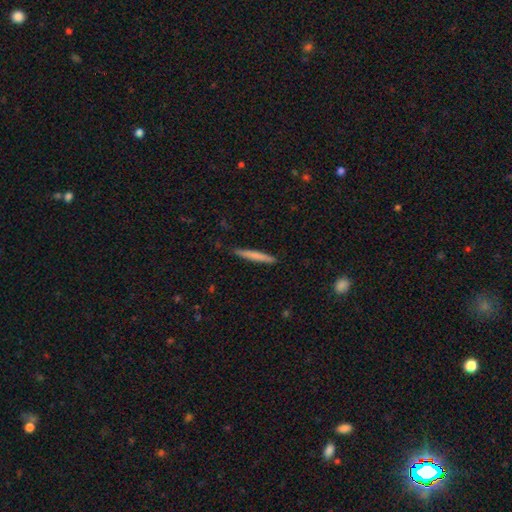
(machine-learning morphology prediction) Smooth or featured: smooth — 71% (featured or disk — 23%)
How rounded: cigar-shaped — 96% (in between — 3%)
Merging: none — 88% (minor disturbance — 9%)